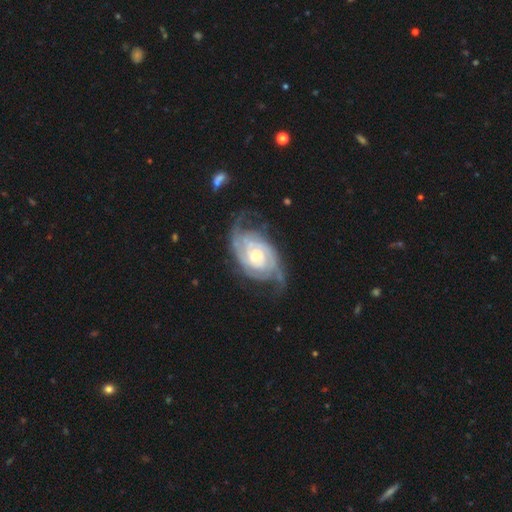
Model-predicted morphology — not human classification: smooth_or_featured: featured or disk (p=0.90) [alt: smooth p=0.06]
disk_edge_on: no (p=0.97) [alt: yes p=0.03]
bar: no (p=0.65) [alt: weak p=0.28]
has_spiral_arms: yes (p=0.97) [alt: no p=0.03]
spiral_winding: tight (p=0.57) [alt: medium p=0.34]
spiral_arm_count: 2 (p=0.57) [alt: 3 p=0.15]
bulge_size: moderate (p=0.56) [alt: small p=0.30]
merging: none (p=0.66) [alt: minor disturbance p=0.20]